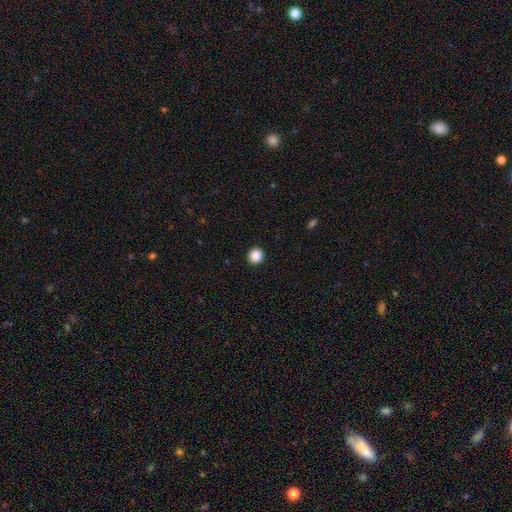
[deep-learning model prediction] Q: Smooth or featured?
A: smooth (88%); runner-up: star or artifact (10%)
Q: How rounded?
A: round (93%); runner-up: in between (6%)
Q: Merging?
A: none (93%); runner-up: minor disturbance (4%)